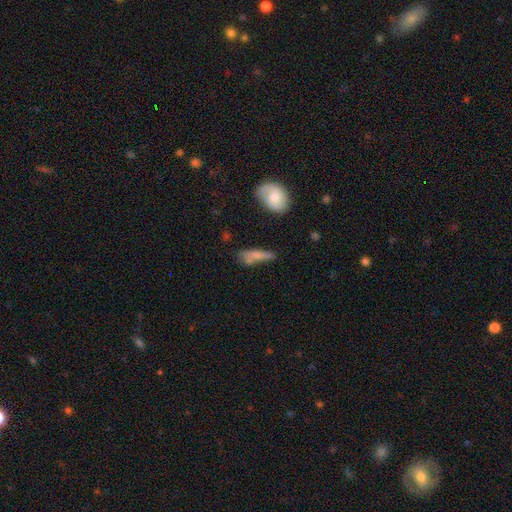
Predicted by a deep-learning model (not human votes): This appears to be a smooth galaxy with no disk features (67%) that is cigar-shaped (58%). Merging: none (46%).